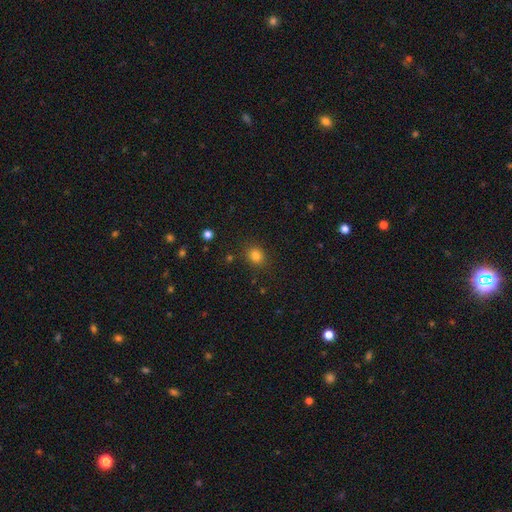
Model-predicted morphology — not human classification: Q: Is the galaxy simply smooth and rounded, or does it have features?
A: smooth — 81%.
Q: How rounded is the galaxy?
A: round — 73%.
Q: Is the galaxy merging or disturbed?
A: none — 86%.